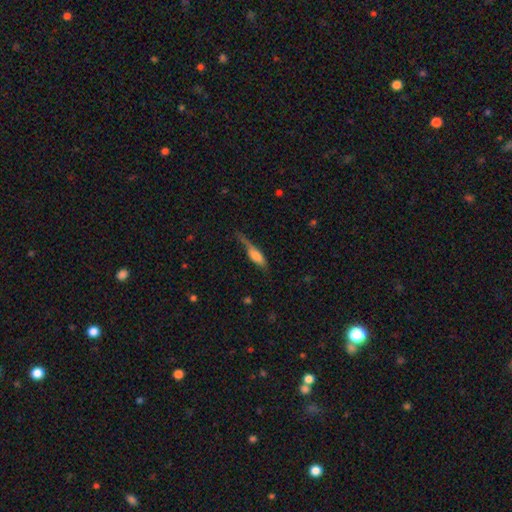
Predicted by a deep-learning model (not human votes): Smooth or featured: smooth — 58% (featured or disk — 34%)
How rounded: cigar-shaped — 59% (in between — 38%)
Merging: none — 40% (minor disturbance — 35%)